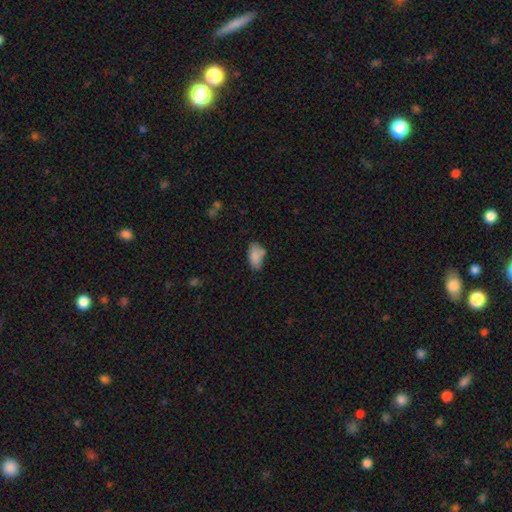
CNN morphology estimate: type=smooth (84%); roundness=in between (92%); merging=none (56%).